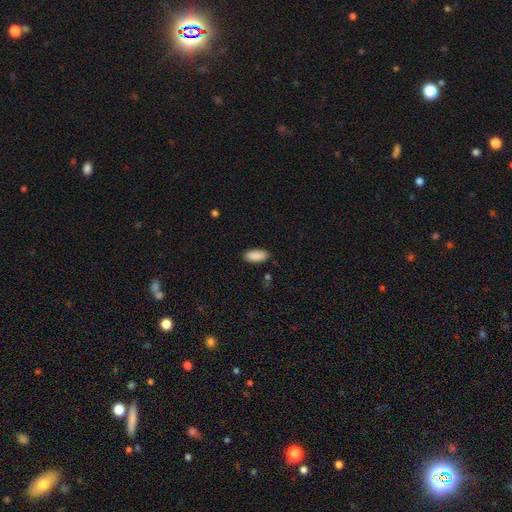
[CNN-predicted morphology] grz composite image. It shows a smooth galaxy with no disk features (90%) that is in between round and cigar-shaped (87%). Merging: none (85%).